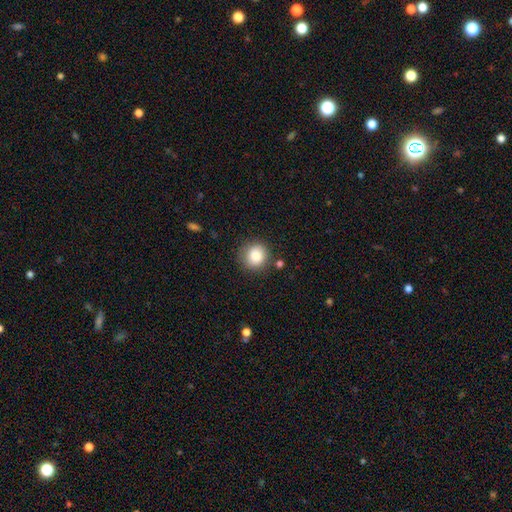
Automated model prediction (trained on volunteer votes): Smooth or featured? Predicted: smooth (p=0.85). How rounded? Predicted: round (p=0.89). Merging? Predicted: none (p=0.83).